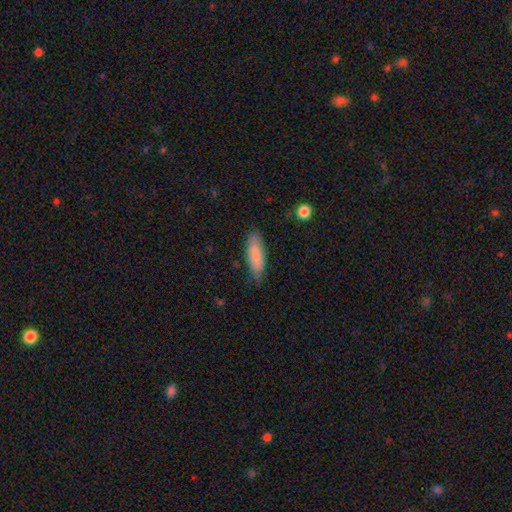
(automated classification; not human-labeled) Smooth or featured? Predicted: smooth (p=0.82). How rounded? Predicted: in between (p=0.52). Merging? Predicted: none (p=0.78).